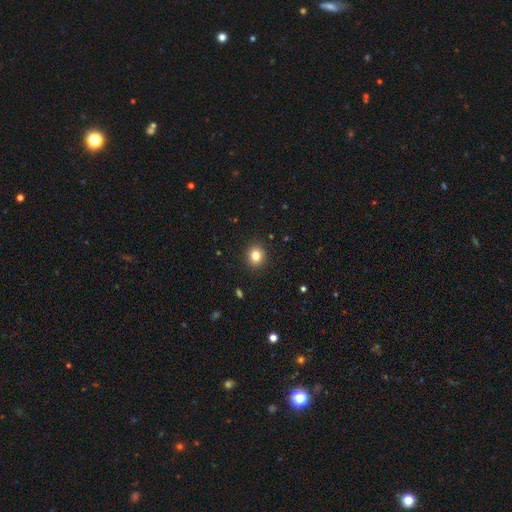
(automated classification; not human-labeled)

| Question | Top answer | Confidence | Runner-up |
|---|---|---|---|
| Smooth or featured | smooth | 82% | star or artifact (12%) |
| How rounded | round | 82% | in between (17%) |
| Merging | none | 91% | minor disturbance (6%) |